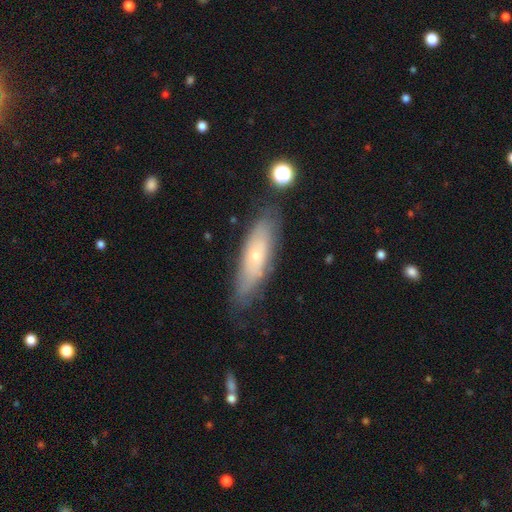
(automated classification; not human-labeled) A featured or disk galaxy (48%). Merging: none (71%).